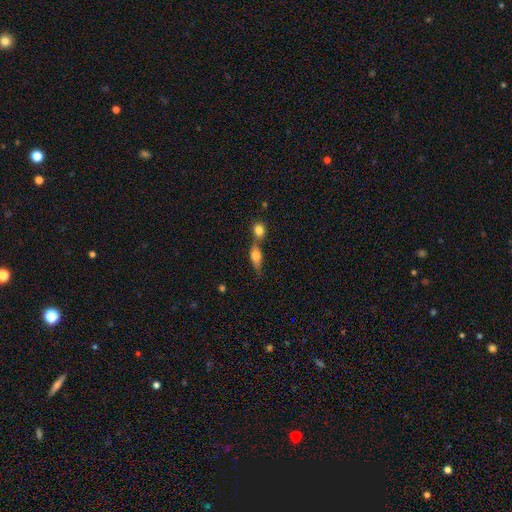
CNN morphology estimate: Overall: smooth (70%). How rounded: in between (65%). Merging: merger (48%; none 38%).